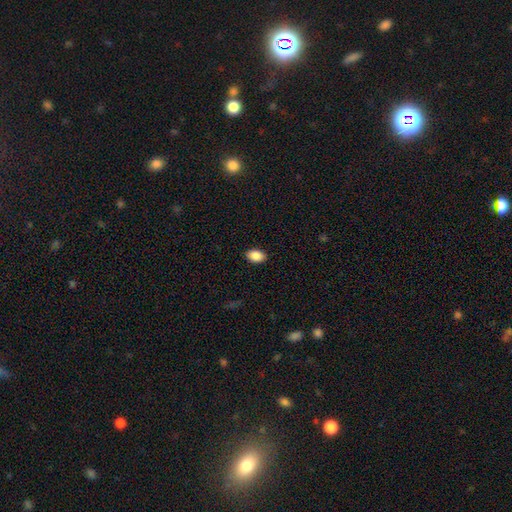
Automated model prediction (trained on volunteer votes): smooth-or-featured: smooth: 88% | star or artifact: 8% | featured or disk: 4%
  how-rounded: in between: 88% | round: 11% | cigar-shaped: 1%
  merging: none: 89% | minor disturbance: 8% | major disturbance: 2% | merger: 1%